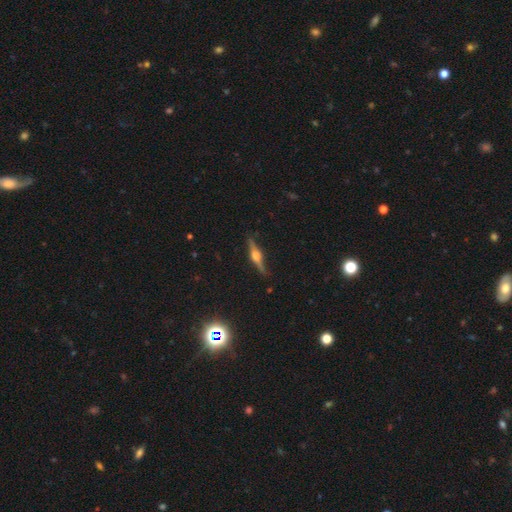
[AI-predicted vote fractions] featured or disk 79%, smooth 15%, star or artifact 6%. Down the decision tree: edge-on disk — yes (97%); edge-on bulge — rounded (92%); merging — none (87%).